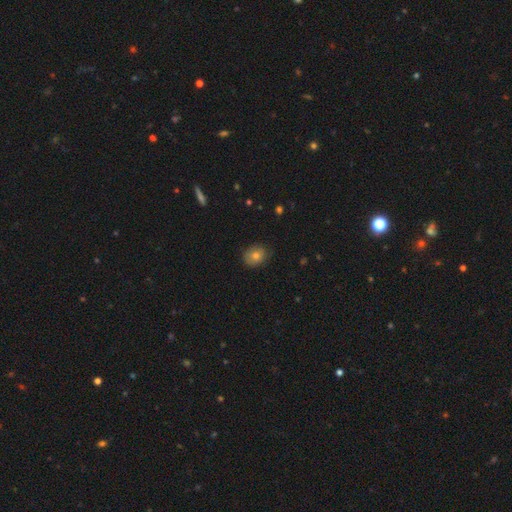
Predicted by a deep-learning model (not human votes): Smooth or featured?
  - smooth: 73% *
  - featured or disk: 16%
  - star or artifact: 11%
How rounded?
  - round: 55% *
  - in between: 43%
  - cigar-shaped: 1%
Merging?
  - none: 81% *
  - minor disturbance: 15%
  - major disturbance: 3%
  - merger: 1%